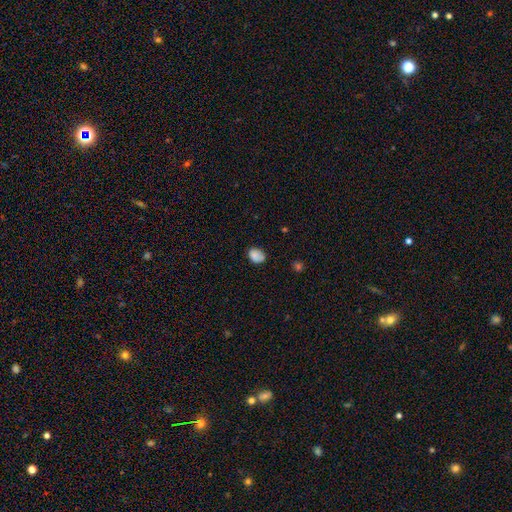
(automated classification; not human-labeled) smooth-or-featured: smooth: 84% | star or artifact: 9% | featured or disk: 7%
  how-rounded: in between: 64% | round: 35% | cigar-shaped: 1%
  merging: none: 72% | minor disturbance: 21% | major disturbance: 4% | merger: 2%